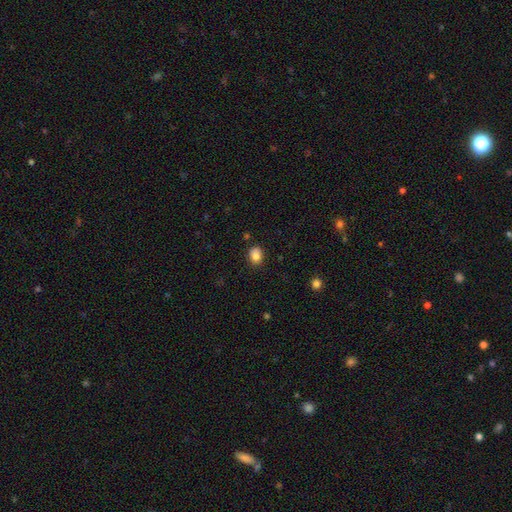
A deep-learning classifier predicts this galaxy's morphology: smooth 83%, star or artifact 10%, featured or disk 6%. Down the decision tree: how rounded — round (50%); merging — none (78%).